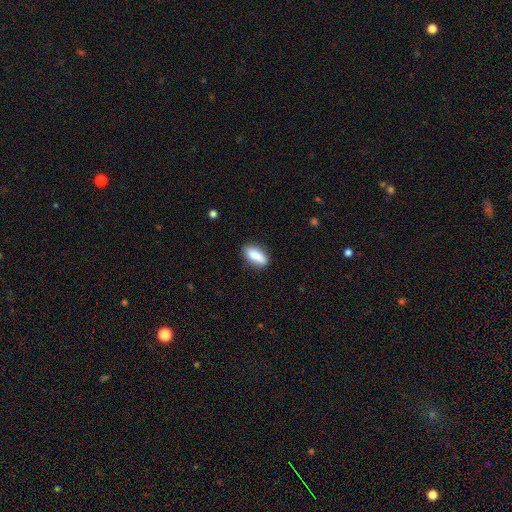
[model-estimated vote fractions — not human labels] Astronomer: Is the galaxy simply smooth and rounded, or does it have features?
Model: smooth — 86%.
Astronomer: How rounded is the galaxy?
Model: in between — 79%.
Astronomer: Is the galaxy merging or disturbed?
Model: none — 83%.